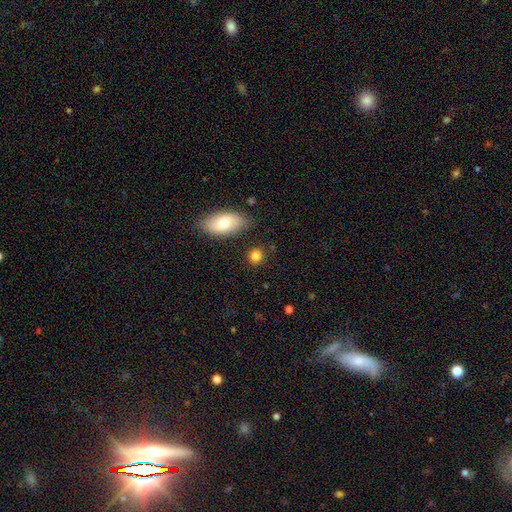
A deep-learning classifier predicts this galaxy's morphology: This is clearly a smooth galaxy (83%). How rounded: likely round (75%). Merging: clearly none (84%).